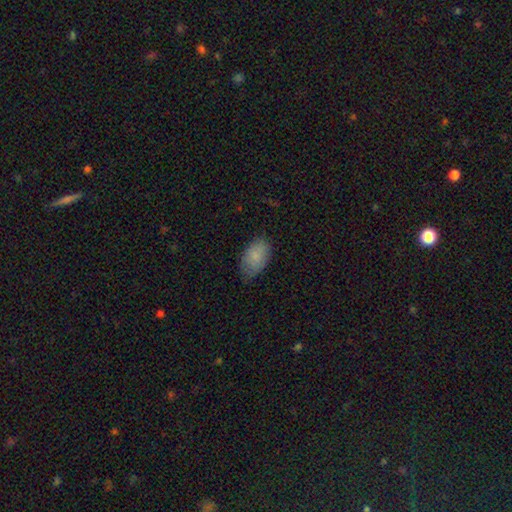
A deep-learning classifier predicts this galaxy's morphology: Q: Smooth or featured?
A: smooth (85%); runner-up: featured or disk (9%)
Q: How rounded?
A: in between (93%); runner-up: round (5%)
Q: Merging?
A: none (72%); runner-up: minor disturbance (22%)